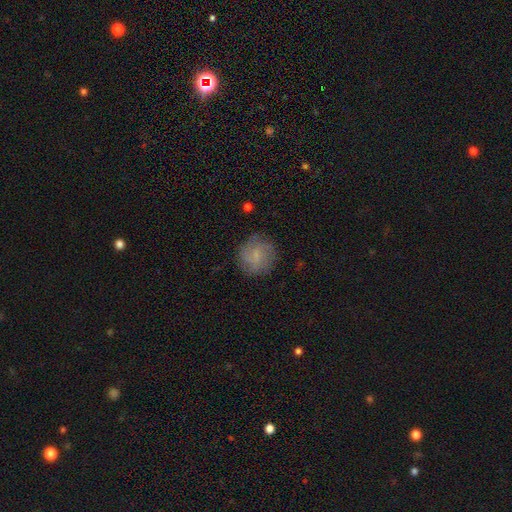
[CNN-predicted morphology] smooth 56%, featured or disk 35%, star or artifact 9%. Down the decision tree: how rounded — round (88%); merging — none (79%).